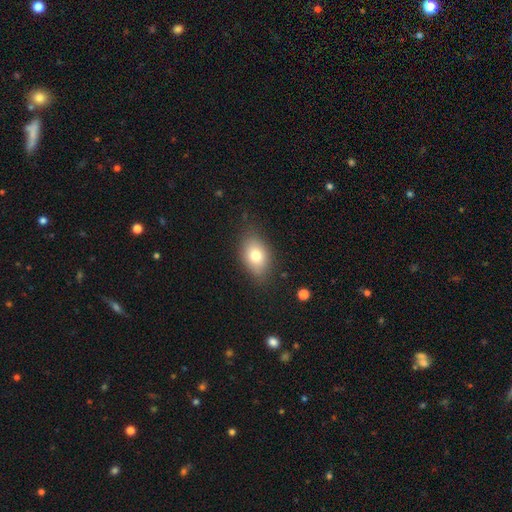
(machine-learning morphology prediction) smooth 78%, featured or disk 13%, star or artifact 9%. Down the decision tree: how rounded — in between (84%); merging — none (79%).